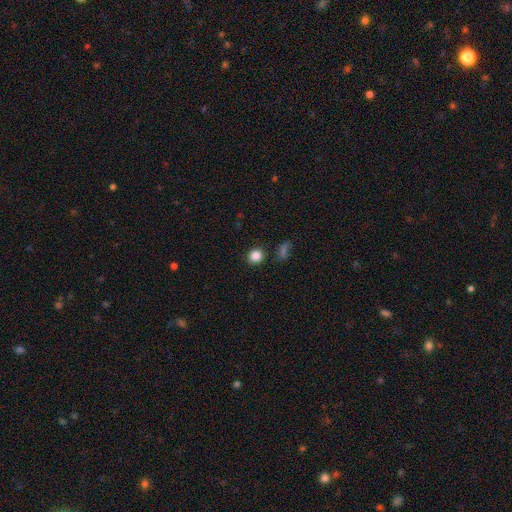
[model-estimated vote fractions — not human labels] This is clearly a smooth galaxy (86%). How rounded: clearly round (86%). Merging: clearly none (86%).